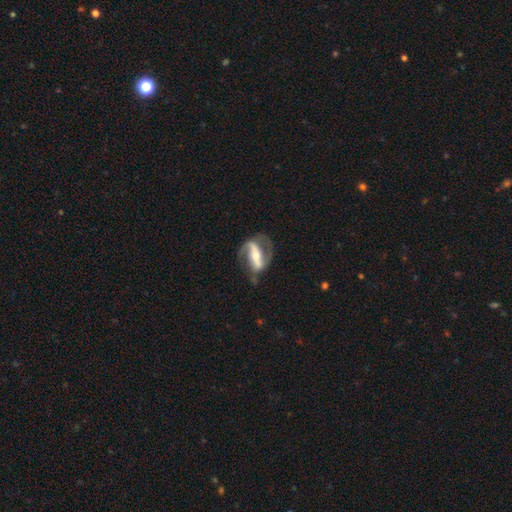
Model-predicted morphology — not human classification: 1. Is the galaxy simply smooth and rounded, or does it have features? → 83% featured or disk, 12% smooth, 5% star or artifact.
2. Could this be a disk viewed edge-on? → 91% no, 9% yes.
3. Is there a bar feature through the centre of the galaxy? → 73% strong, 15% weak, 11% no.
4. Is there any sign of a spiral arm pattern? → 88% yes, 12% no.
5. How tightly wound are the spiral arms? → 45% medium, 32% loose, 22% tight.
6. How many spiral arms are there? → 87% 2, 6% 1, 5% can't tell, 1% 3, 1% 4, 1% more than 4.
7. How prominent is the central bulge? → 51% moderate, 39% small, 6% large, 2% none, 2% dominant.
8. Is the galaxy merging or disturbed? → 66% none, 18% minor disturbance, 14% major disturbance, 2% merger.